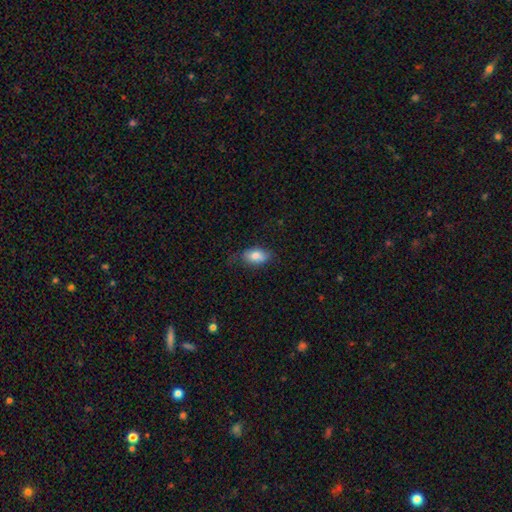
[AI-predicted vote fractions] smooth 80%, featured or disk 13%, star or artifact 7%. Down the decision tree: how rounded — in between (90%); merging — none (69%).